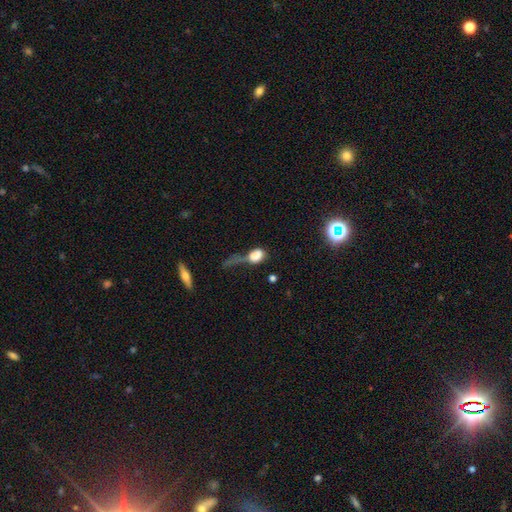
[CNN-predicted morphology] This appears to be a smooth galaxy with no disk features (70%) that is in between round and cigar-shaped (65%). Merging: major disturbance (48%).